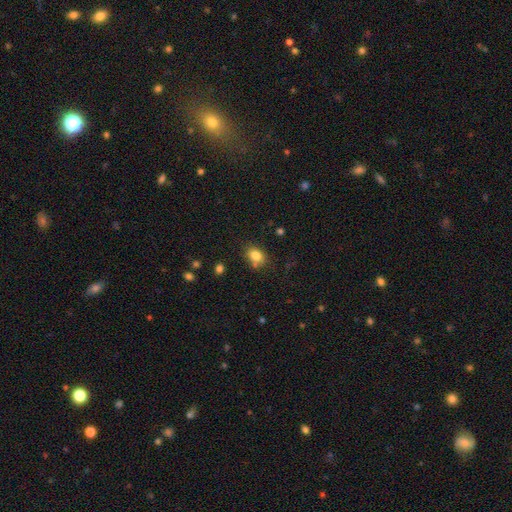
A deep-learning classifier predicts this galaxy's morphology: Smooth or featured? Predicted: smooth (p=0.82). How rounded? Predicted: in between (p=0.66). Merging? Predicted: none (p=0.67).